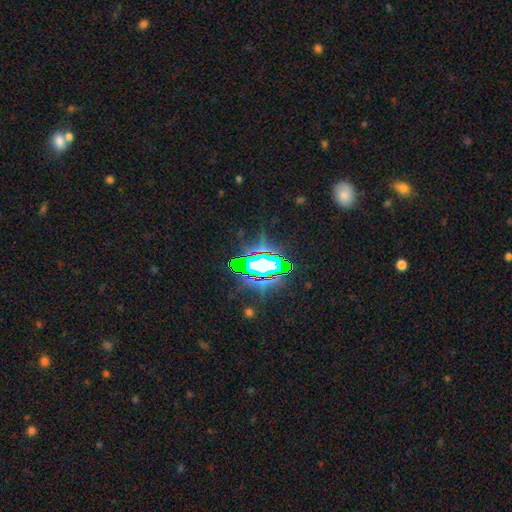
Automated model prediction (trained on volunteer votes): A star or artifact, not a galaxy (67%).

Vote fractions:
- Smooth or featured? star or artifact: 67% / featured or disk: 17% / smooth: 16%